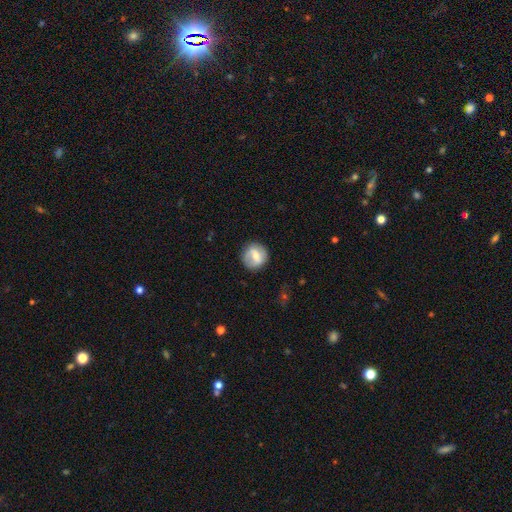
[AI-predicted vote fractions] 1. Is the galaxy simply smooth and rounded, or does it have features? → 51% smooth, 42% featured or disk, 7% star or artifact.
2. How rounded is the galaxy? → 88% round, 11% in between, 1% cigar-shaped.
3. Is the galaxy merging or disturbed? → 85% none, 10% minor disturbance, 3% major disturbance, 1% merger.